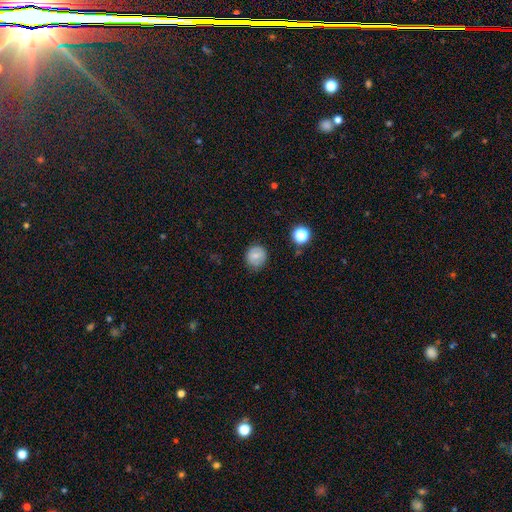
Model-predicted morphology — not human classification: This is likely a smooth galaxy (70%). How rounded: clearly round (86%). Merging: clearly none (84%).